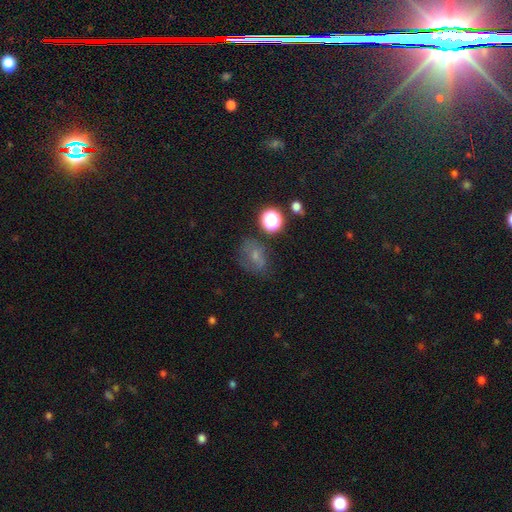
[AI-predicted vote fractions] smooth_or_featured: smooth (p=0.54) [alt: star or artifact p=0.24]
how_rounded: in between (p=0.57) [alt: round p=0.41]
merging: none (p=0.58) [alt: minor disturbance p=0.24]